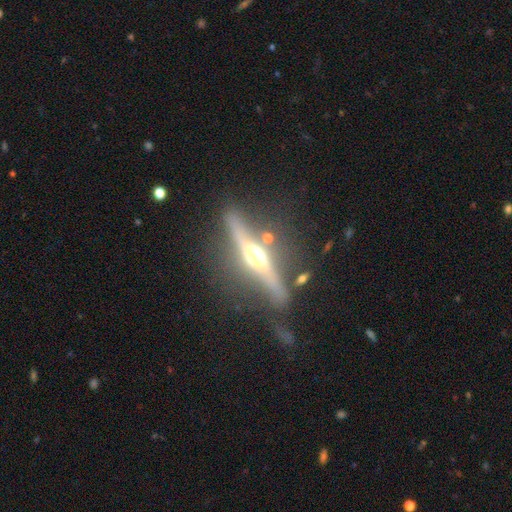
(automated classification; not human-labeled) Smooth or featured: featured or disk — 84% (smooth — 11%)
Edge-on disk: yes — 93% (no — 7%)
Edge-on bulge: rounded — 94% (boxy — 3%)
Merging: none — 70% (minor disturbance — 17%)